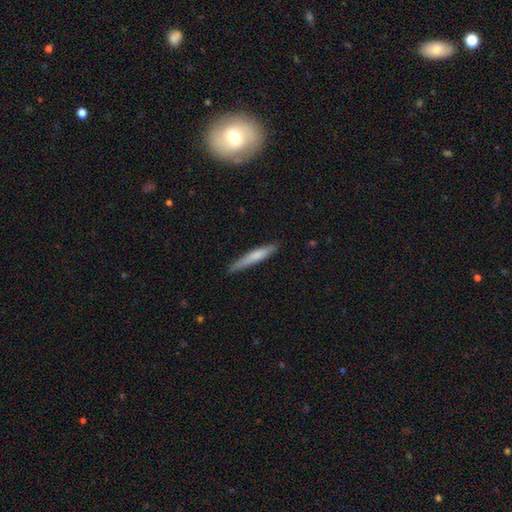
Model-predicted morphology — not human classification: smooth-or-featured: smooth: 66% | featured or disk: 28% | star or artifact: 5%
  how-rounded: cigar-shaped: 93% | in between: 5% | round: 1%
  merging: none: 81% | minor disturbance: 15% | major disturbance: 2% | merger: 1%